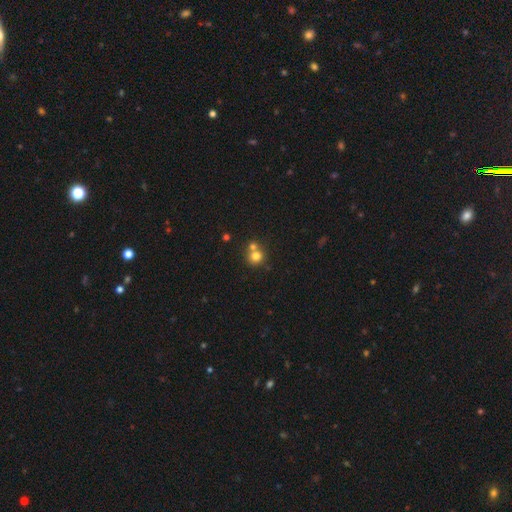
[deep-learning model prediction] Smooth or featured?
  - smooth: 76% *
  - star or artifact: 13%
  - featured or disk: 11%
How rounded?
  - round: 87% *
  - in between: 12%
  - cigar-shaped: 1%
Merging?
  - none: 49% *
  - merger: 42%
  - minor disturbance: 7%
  - major disturbance: 3%